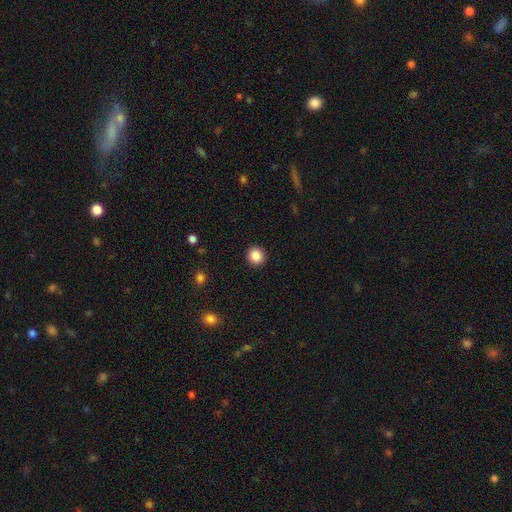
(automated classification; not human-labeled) Smooth or featured: smooth — 87% (star or artifact — 9%)
How rounded: round — 89% (in between — 10%)
Merging: none — 92% (minor disturbance — 5%)